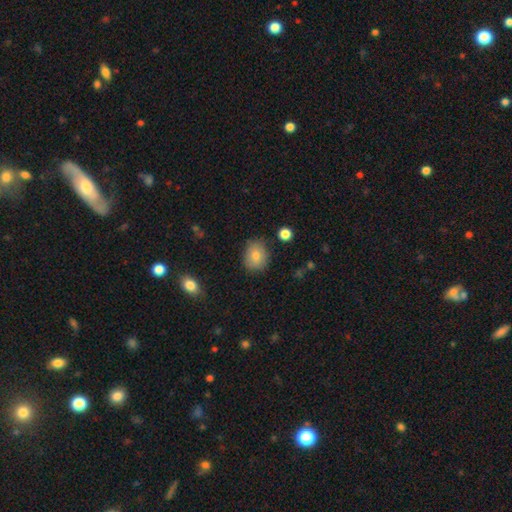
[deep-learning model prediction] Smooth or featured: smooth — 78% (featured or disk — 13%)
How rounded: round — 55% (in between — 44%)
Merging: none — 82% (minor disturbance — 14%)